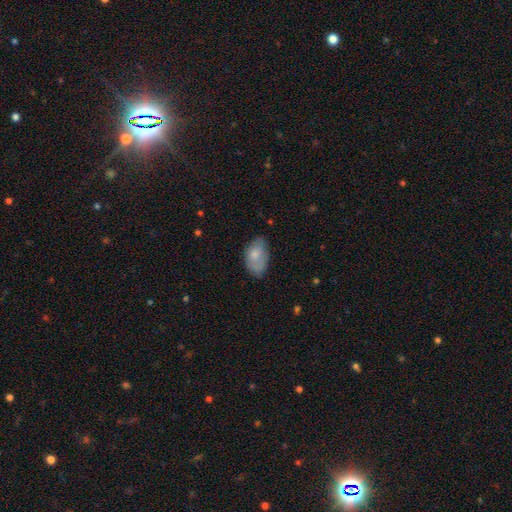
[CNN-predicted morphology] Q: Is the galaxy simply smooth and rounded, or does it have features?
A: smooth — 71%.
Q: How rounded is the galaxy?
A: in between — 90%.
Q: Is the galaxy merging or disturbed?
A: none — 57%.